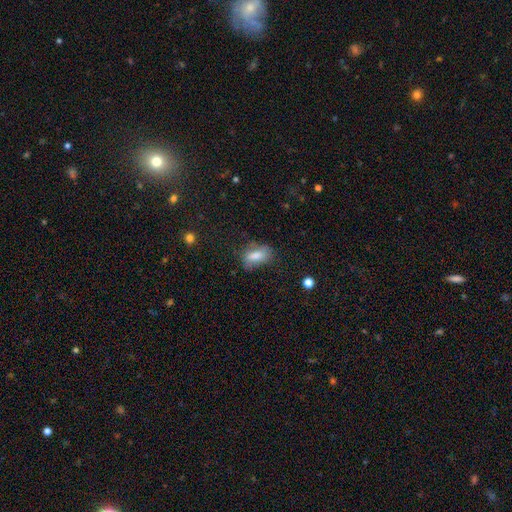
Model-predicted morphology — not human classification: A smooth galaxy with no disk features (75%) that is in between round and cigar-shaped (85%).

Vote fractions:
- Smooth or featured? smooth: 75% / featured or disk: 15% / star or artifact: 10%
- How rounded? in between: 85% / round: 8% / cigar-shaped: 7%
- Merging? none: 58% / minor disturbance: 27% / major disturbance: 13% / merger: 3%